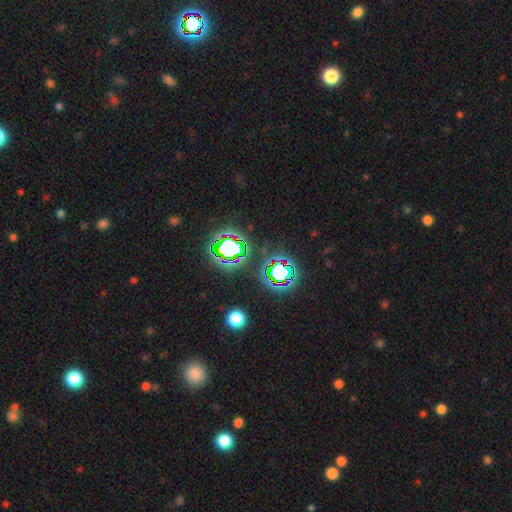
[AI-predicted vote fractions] Smooth or featured? star or artifact (80%)